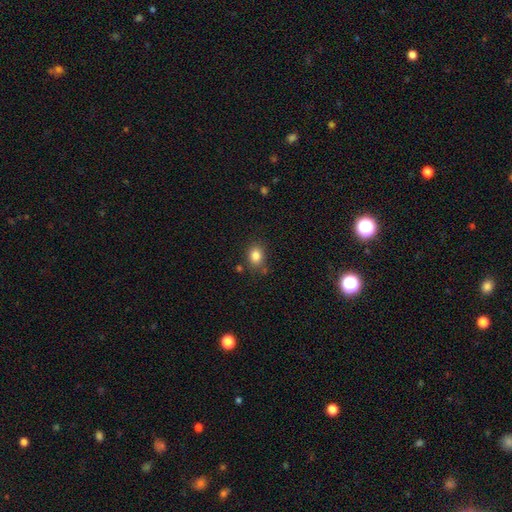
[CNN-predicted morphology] This is clearly a smooth galaxy (84%). How rounded: possibly in between (53%). Merging: likely none (78%).